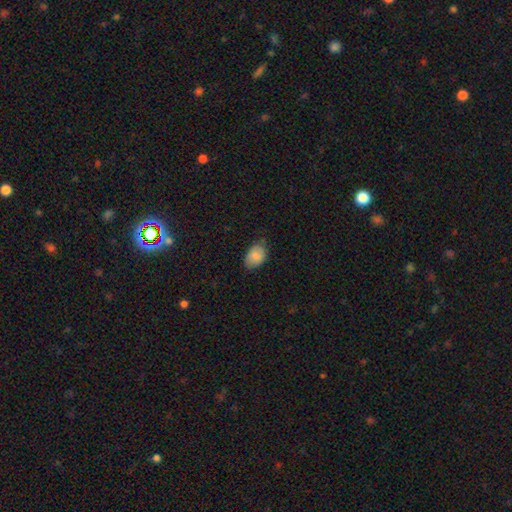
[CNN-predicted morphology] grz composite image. It shows a smooth galaxy with no disk features (86%) that is in between round and cigar-shaped (83%). Merging: none (68%).